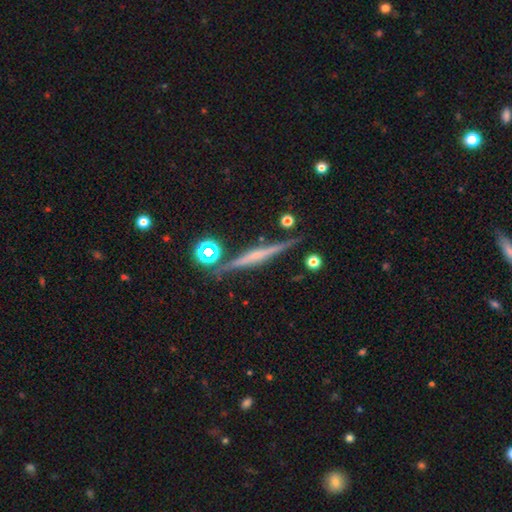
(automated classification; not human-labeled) Smooth or featured: featured or disk — 76% (smooth — 16%)
Edge-on disk: yes — 98% (no — 2%)
Edge-on bulge: rounded — 52% (none — 32%)
Merging: none — 87% (minor disturbance — 8%)